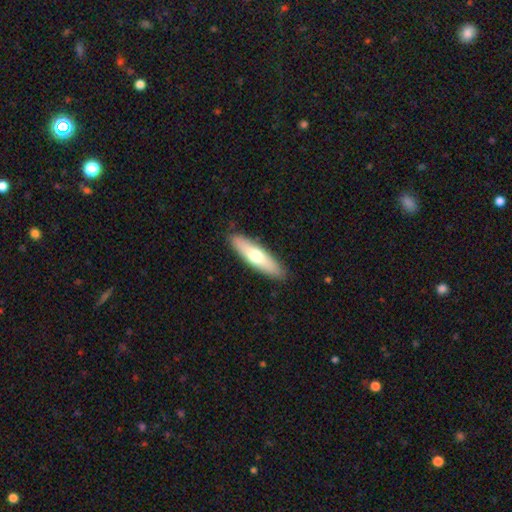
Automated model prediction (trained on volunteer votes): smooth-or-featured: smooth: 62% | featured or disk: 32% | star or artifact: 5%
  how-rounded: cigar-shaped: 66% | in between: 32% | round: 2%
  merging: none: 88% | minor disturbance: 9% | major disturbance: 2% | merger: 1%